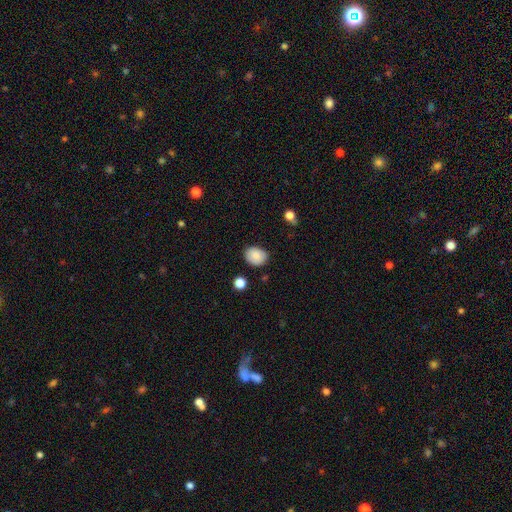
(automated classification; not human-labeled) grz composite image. It shows a smooth galaxy with no disk features (85%) that is in between round and cigar-shaped (55%). Merging: none (82%).